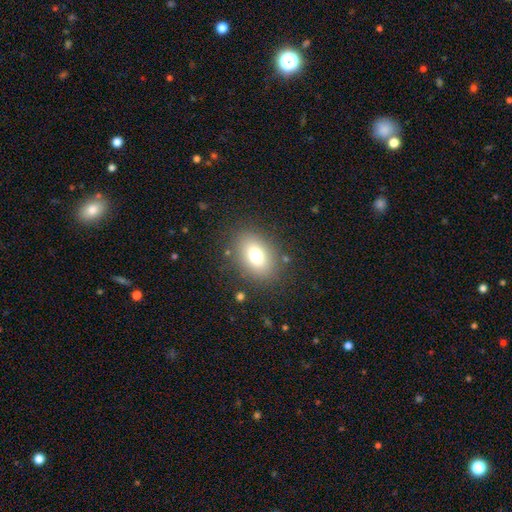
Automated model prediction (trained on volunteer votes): Smooth or featured: smooth — 74% (featured or disk — 14%)
How rounded: in between — 76% (round — 22%)
Merging: none — 83% (minor disturbance — 10%)